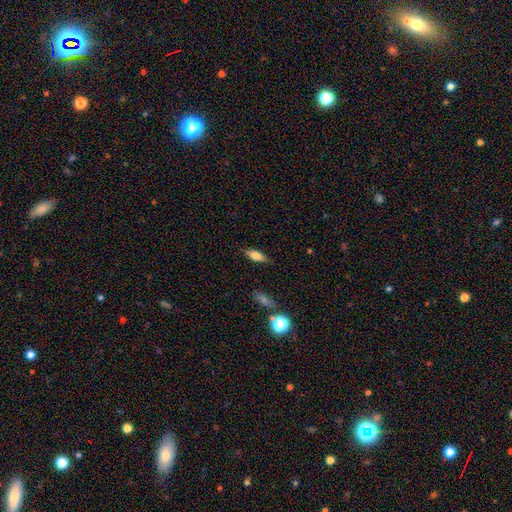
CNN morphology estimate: Overall: smooth (74%). How rounded: in between (69%). Merging: none (84%).